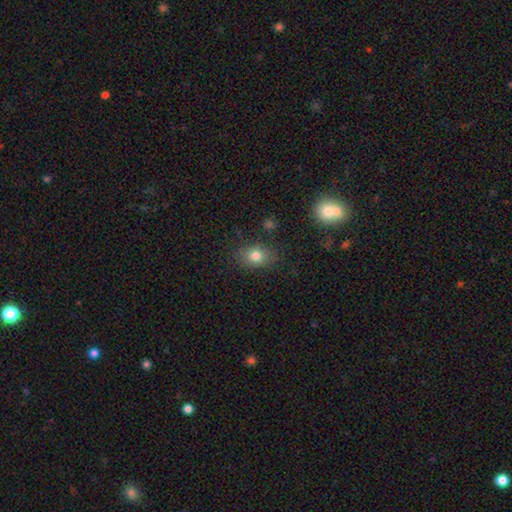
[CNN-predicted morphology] Overall: smooth (79%). How rounded: in between (58%; round 41%). Merging: none (81%).